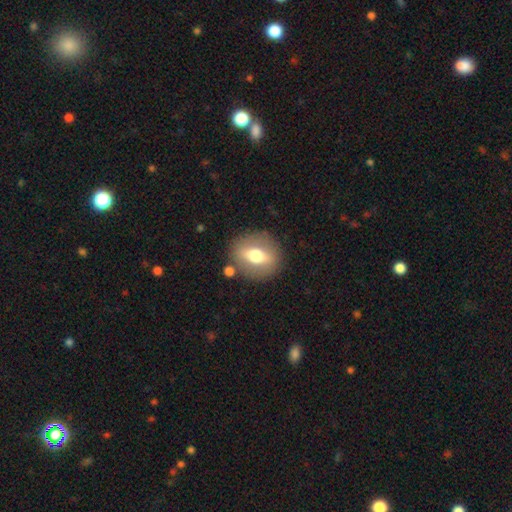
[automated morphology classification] type=smooth (50%); roundness=round (64%); merging=none (83%).